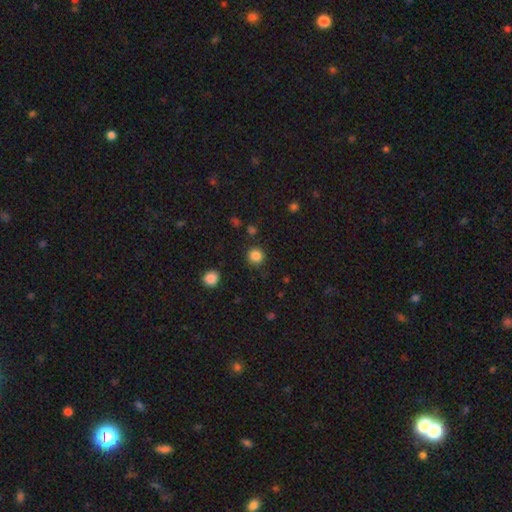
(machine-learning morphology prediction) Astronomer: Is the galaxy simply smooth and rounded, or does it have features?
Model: smooth — 85%.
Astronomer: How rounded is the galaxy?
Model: round — 94%.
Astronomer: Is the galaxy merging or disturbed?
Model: none — 90%.